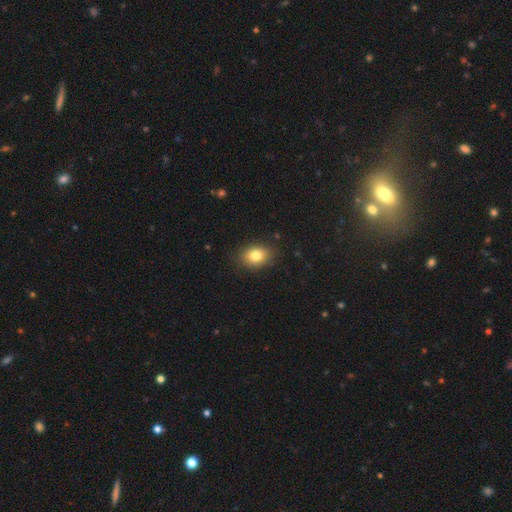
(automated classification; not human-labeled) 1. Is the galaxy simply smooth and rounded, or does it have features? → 81% smooth, 9% star or artifact, 9% featured or disk.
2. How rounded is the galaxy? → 73% in between, 26% round, 1% cigar-shaped.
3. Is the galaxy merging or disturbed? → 86% none, 10% minor disturbance, 3% major disturbance, 1% merger.